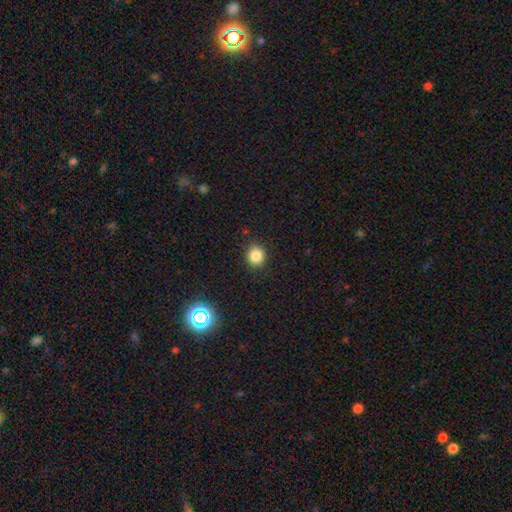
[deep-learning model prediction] A smooth galaxy with no disk features (84%) that is round (81%).

Vote fractions:
- Smooth or featured? smooth: 84% / star or artifact: 12% / featured or disk: 5%
- How rounded? round: 81% / in between: 19% / cigar-shaped: 1%
- Merging? none: 88% / minor disturbance: 8% / major disturbance: 2% / merger: 1%